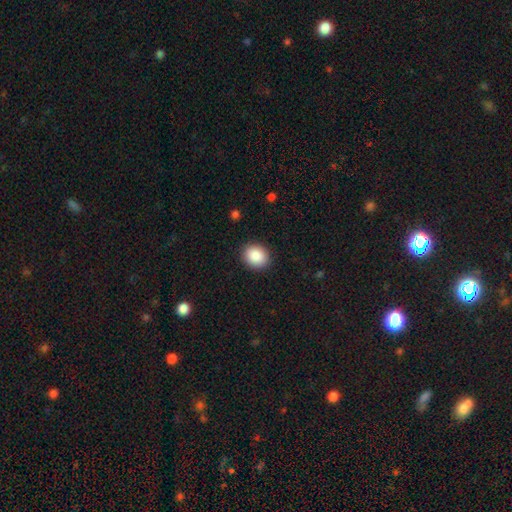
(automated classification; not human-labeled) smooth-or-featured: smooth: 89% | star or artifact: 8% | featured or disk: 4%
  how-rounded: round: 64% | in between: 35% | cigar-shaped: 1%
  merging: none: 90% | minor disturbance: 7% | major disturbance: 2% | merger: 1%